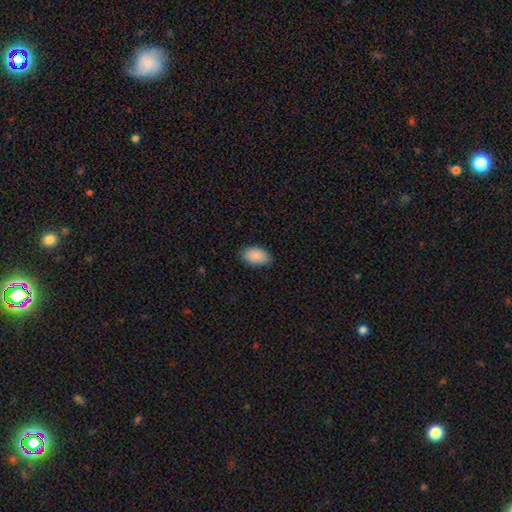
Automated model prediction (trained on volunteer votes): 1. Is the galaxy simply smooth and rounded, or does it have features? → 90% smooth, 7% star or artifact, 3% featured or disk.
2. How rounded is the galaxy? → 94% in between, 5% round, 1% cigar-shaped.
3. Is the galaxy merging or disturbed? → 85% none, 12% minor disturbance, 2% major disturbance, 1% merger.